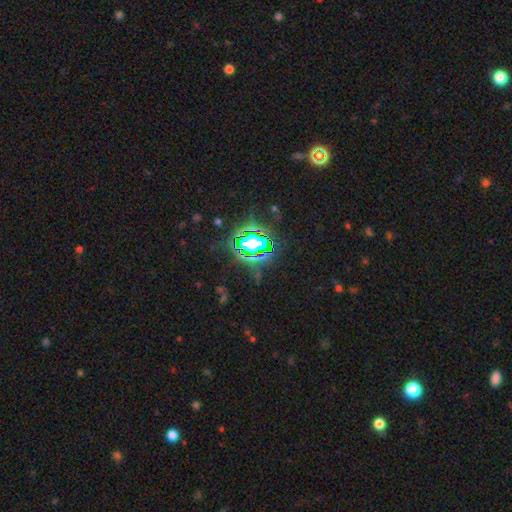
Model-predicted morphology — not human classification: This is clearly a star or artifact rather than a galaxy (83%).